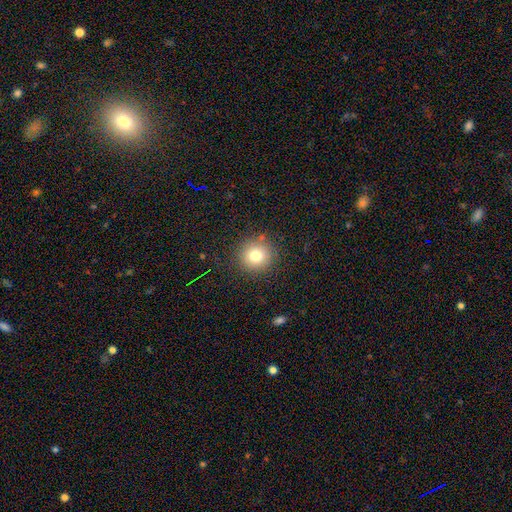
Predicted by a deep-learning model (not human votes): This is likely a smooth galaxy (77%). How rounded: clearly round (92%). Merging: clearly none (87%).